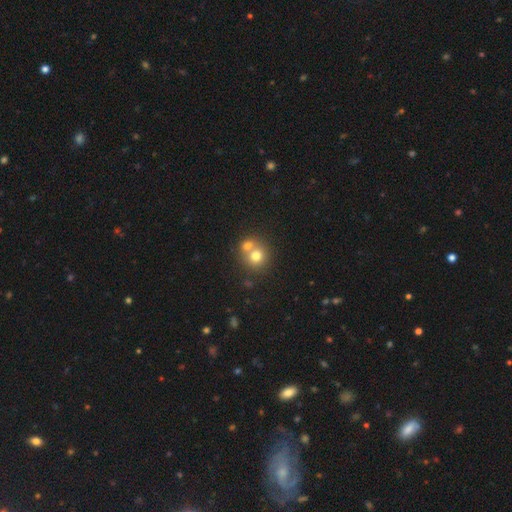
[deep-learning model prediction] A smooth galaxy with no disk features (72%) that is round (84%). Merging: merger (51%).